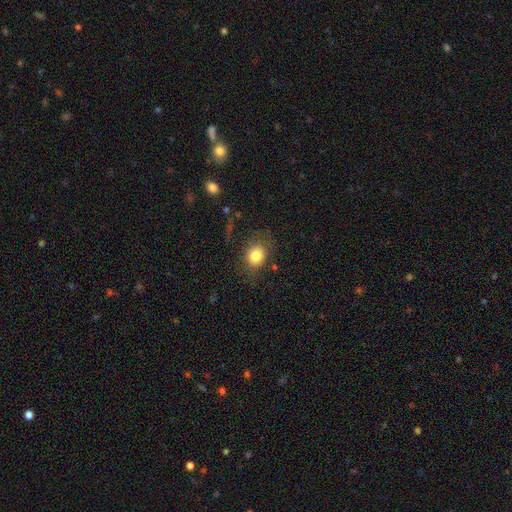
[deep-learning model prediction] smooth_or_featured: smooth (p=0.81) [alt: star or artifact p=0.10]
how_rounded: round (p=0.56) [alt: in between p=0.43]
merging: none (p=0.76) [alt: minor disturbance p=0.16]